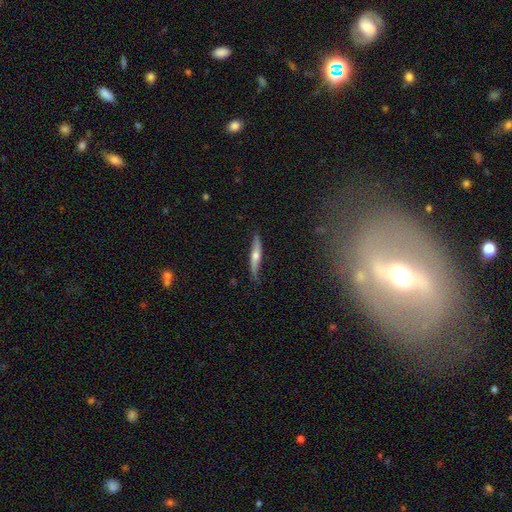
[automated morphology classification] Overall: featured or disk (53%; smooth 41%). Edge-on disk: yes (88%). Merging: none (78%).